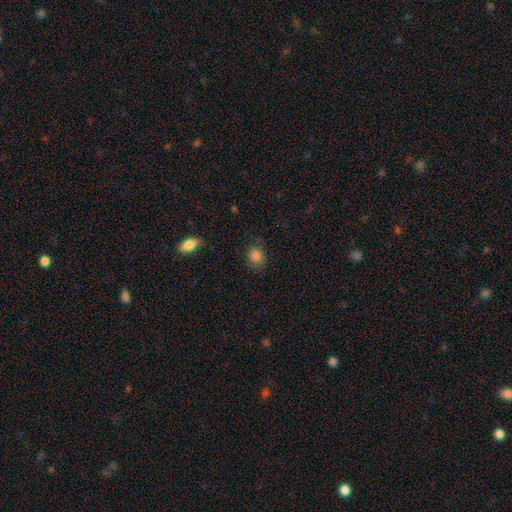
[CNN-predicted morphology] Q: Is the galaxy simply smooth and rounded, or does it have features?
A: smooth — 84%.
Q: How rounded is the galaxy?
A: round — 54%.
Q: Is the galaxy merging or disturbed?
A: none — 73%.